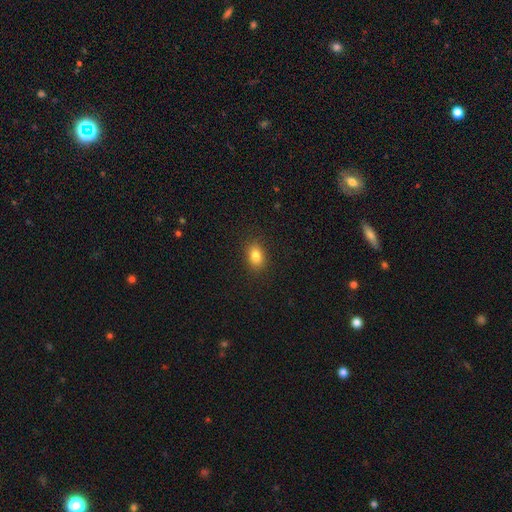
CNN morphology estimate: Smooth or featured? smooth (83%)
How rounded? in between (76%)
Merging? none (88%)